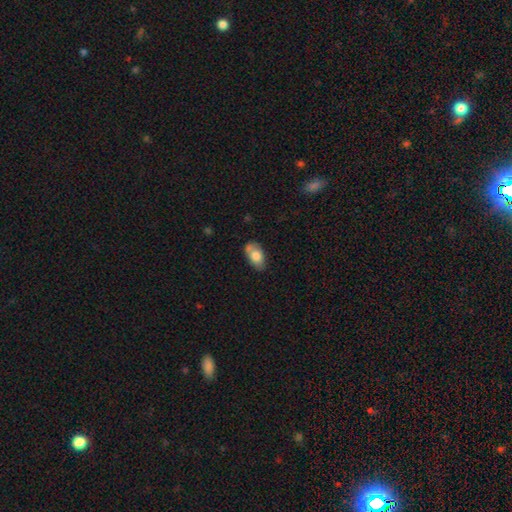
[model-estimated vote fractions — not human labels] Smooth or featured? Predicted: smooth (p=0.76). How rounded? Predicted: in between (p=0.91). Merging? Predicted: none (p=0.58).